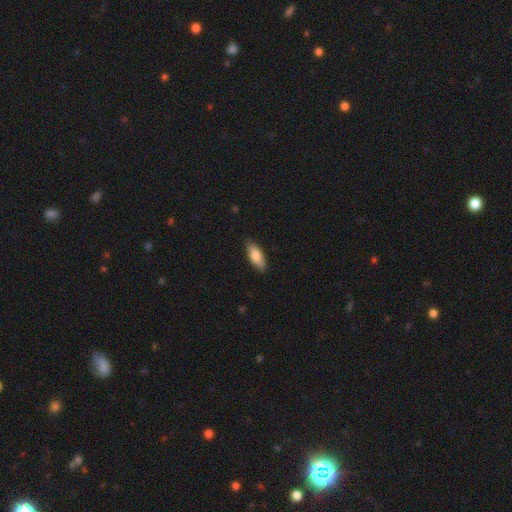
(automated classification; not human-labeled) smooth 80%, featured or disk 15%, star or artifact 6%. Down the decision tree: how rounded — in between (77%); merging — none (88%).